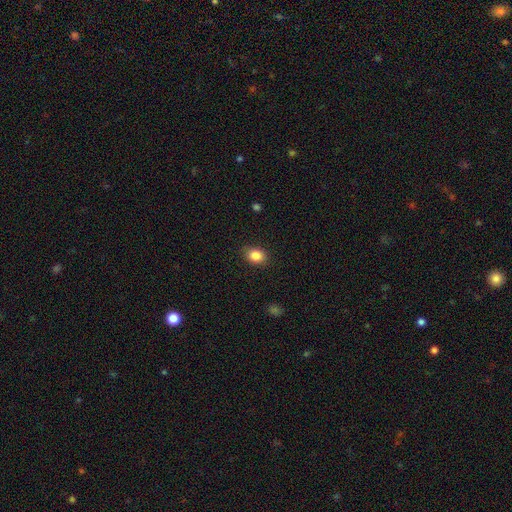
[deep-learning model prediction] A smooth galaxy with no disk features (86%) that is in between round and cigar-shaped (62%).

Vote fractions:
- Smooth or featured? smooth: 86% / star or artifact: 9% / featured or disk: 5%
- How rounded? in between: 62% / round: 37% / cigar-shaped: 1%
- Merging? none: 87% / minor disturbance: 9% / major disturbance: 2% / merger: 1%